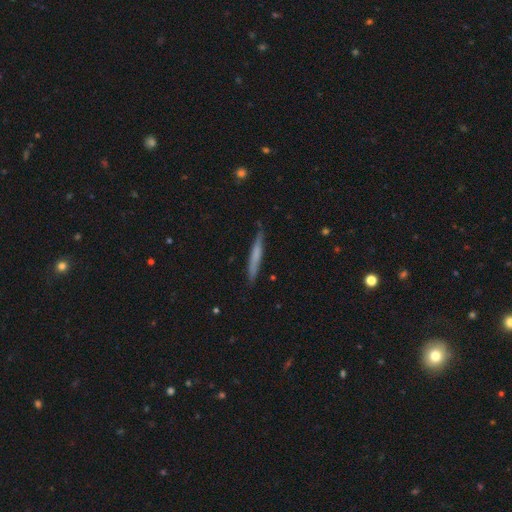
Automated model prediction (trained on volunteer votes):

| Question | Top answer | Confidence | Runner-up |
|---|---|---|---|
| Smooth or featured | smooth | 55% | featured or disk (39%) |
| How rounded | cigar-shaped | 96% | in between (3%) |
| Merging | none | 86% | minor disturbance (11%) |